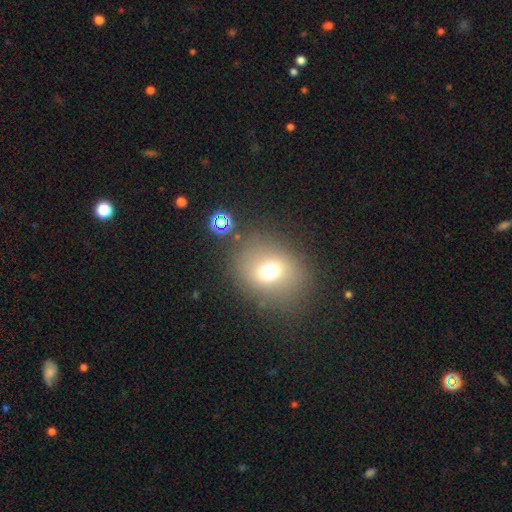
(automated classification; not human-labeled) A smooth galaxy with no disk features (62%) that is round (58%).

Vote fractions:
- Smooth or featured? smooth: 62% / featured or disk: 20% / star or artifact: 19%
- How rounded? round: 58% / in between: 41% / cigar-shaped: 2%
- Merging? none: 81% / minor disturbance: 11% / major disturbance: 4% / merger: 4%